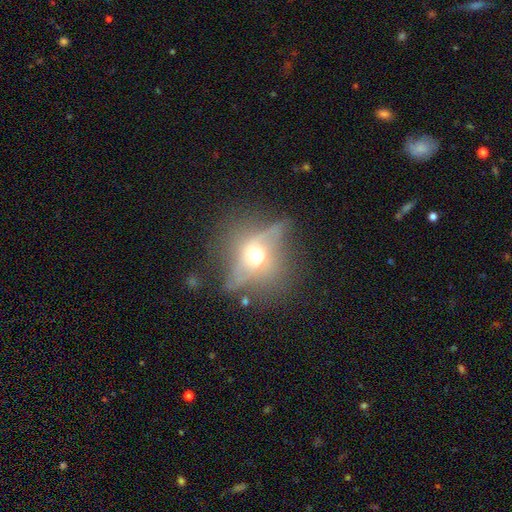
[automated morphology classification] smooth-or-featured: featured or disk: 62% | smooth: 26% | star or artifact: 13%
  disk-edge-on: no: 61% | yes: 39%
  merging: none: 46% | minor disturbance: 25% | major disturbance: 24% | merger: 5%